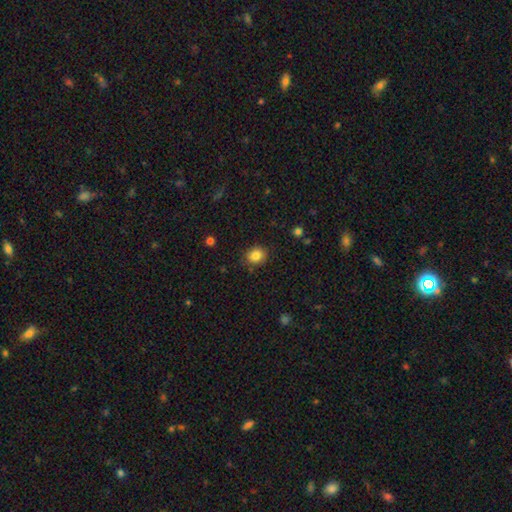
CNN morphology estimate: Smooth or featured? smooth (84%)
How rounded? round (72%)
Merging? none (85%)